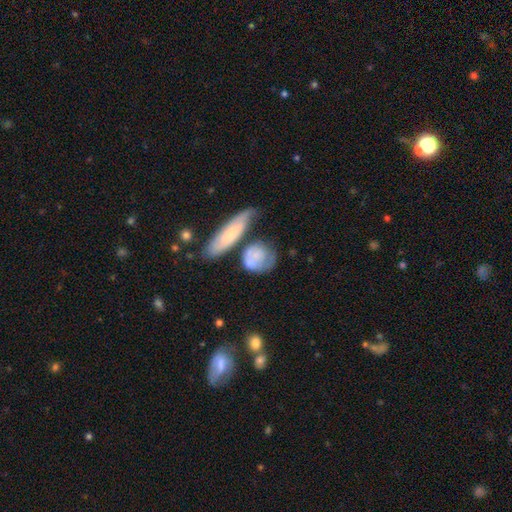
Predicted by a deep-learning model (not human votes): Overall: smooth (64%; featured or disk 30%). How rounded: round (66%; in between 28%). Merging: none (40%; minor disturbance 22%).